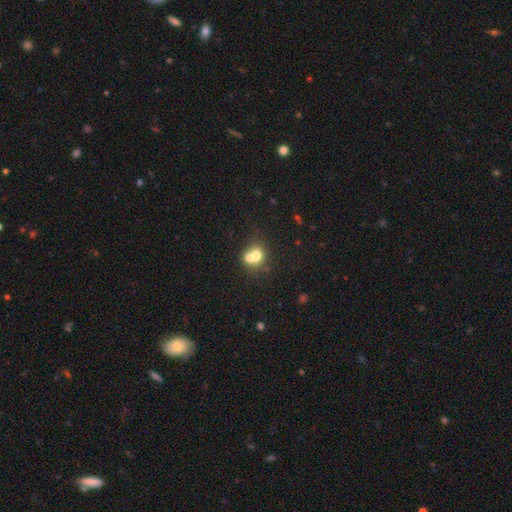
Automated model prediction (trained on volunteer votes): A smooth galaxy with no disk features (68%) that is round (75%). Merging: merger (61%).